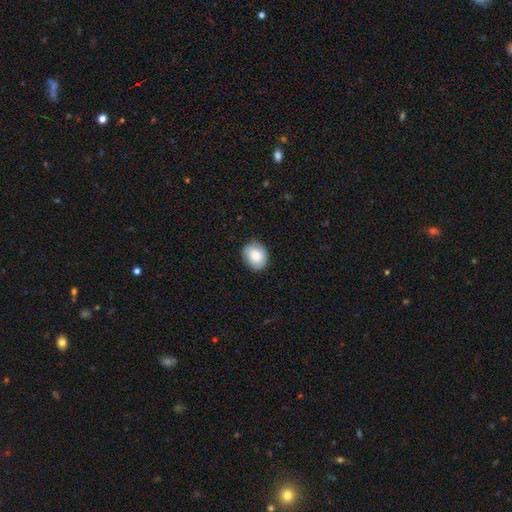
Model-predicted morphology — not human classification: Smooth or featured? smooth (82%)
How rounded? in between (54%)
Merging? none (81%)